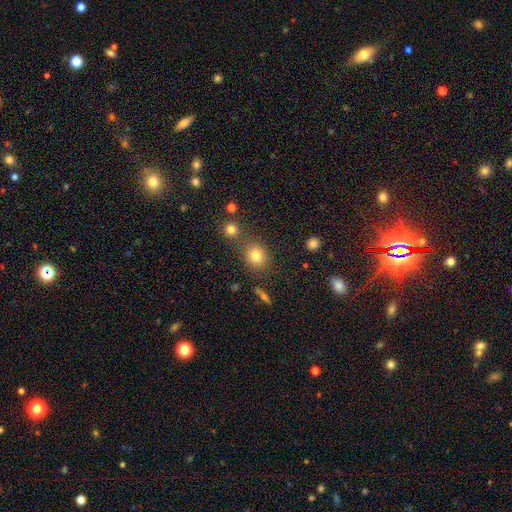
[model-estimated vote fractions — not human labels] smooth 80%, star or artifact 13%, featured or disk 8%. Down the decision tree: how rounded — round (79%); merging — none (71%).